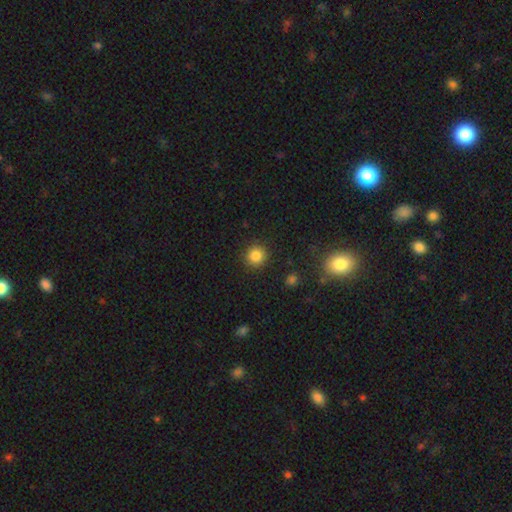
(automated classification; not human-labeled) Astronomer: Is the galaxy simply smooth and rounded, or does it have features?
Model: smooth — 84%.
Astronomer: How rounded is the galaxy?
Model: round — 92%.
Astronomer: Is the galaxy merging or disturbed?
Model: none — 90%.